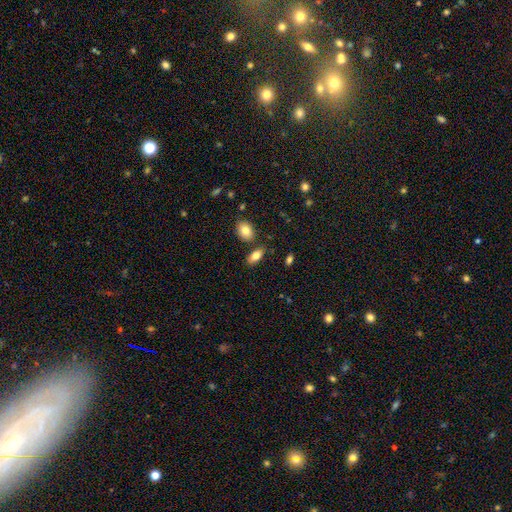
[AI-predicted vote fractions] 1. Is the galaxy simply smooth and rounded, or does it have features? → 79% smooth, 13% featured or disk, 8% star or artifact.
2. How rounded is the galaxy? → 89% in between, 6% cigar-shaped, 5% round.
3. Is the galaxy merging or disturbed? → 77% none, 11% minor disturbance, 9% merger, 3% major disturbance.